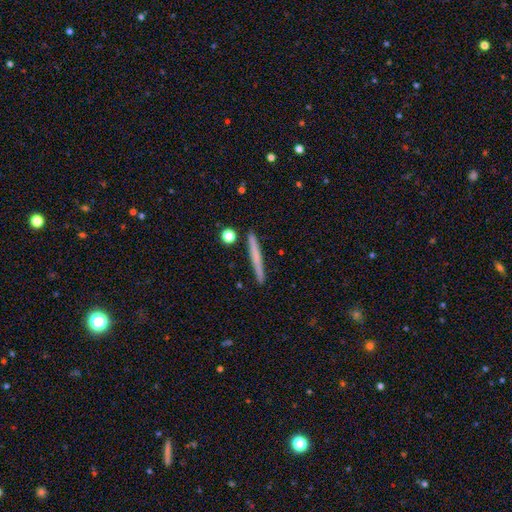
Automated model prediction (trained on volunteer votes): Q: Smooth or featured?
A: smooth (58%); runner-up: featured or disk (36%)
Q: How rounded?
A: cigar-shaped (96%); runner-up: in between (2%)
Q: Merging?
A: none (91%); runner-up: minor disturbance (6%)